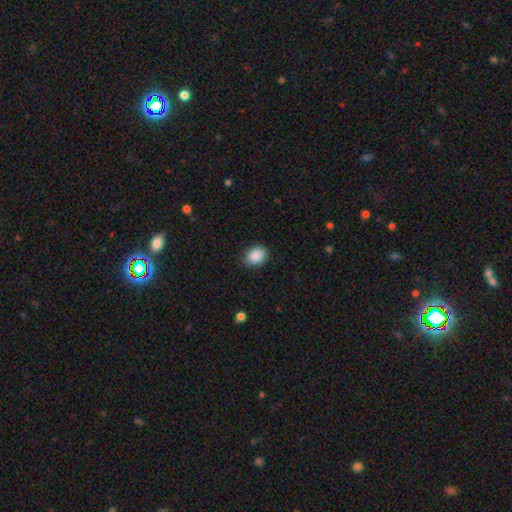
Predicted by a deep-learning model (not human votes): The model was most divided on "how rounded": in between: 57%, round: 42%, cigar-shaped: 1%. More confident: smooth or featured — smooth (89%); merging — none (83%).